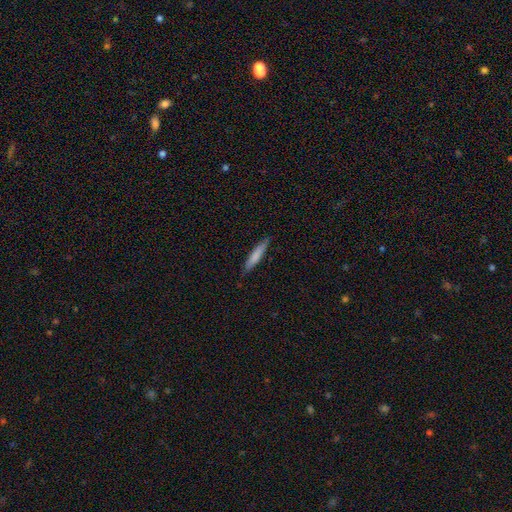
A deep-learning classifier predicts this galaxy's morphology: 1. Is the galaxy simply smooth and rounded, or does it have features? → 77% smooth, 18% featured or disk, 6% star or artifact.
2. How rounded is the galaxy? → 90% cigar-shaped, 9% in between, 1% round.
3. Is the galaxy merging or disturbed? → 85% none, 12% minor disturbance, 2% major disturbance, 1% merger.